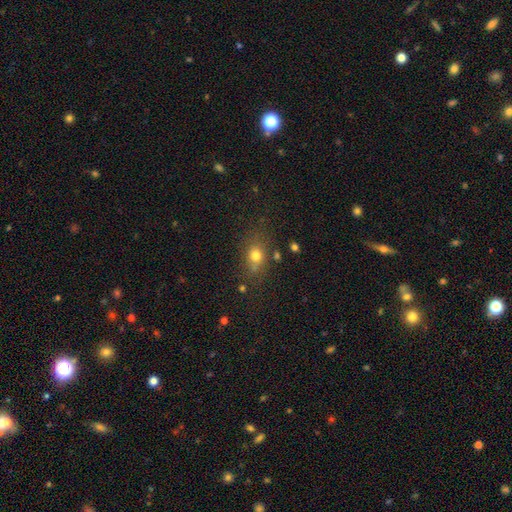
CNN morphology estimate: Smooth or featured: smooth — 74% (star or artifact — 15%)
How rounded: round — 50% (in between — 47%)
Merging: none — 68% (minor disturbance — 17%)